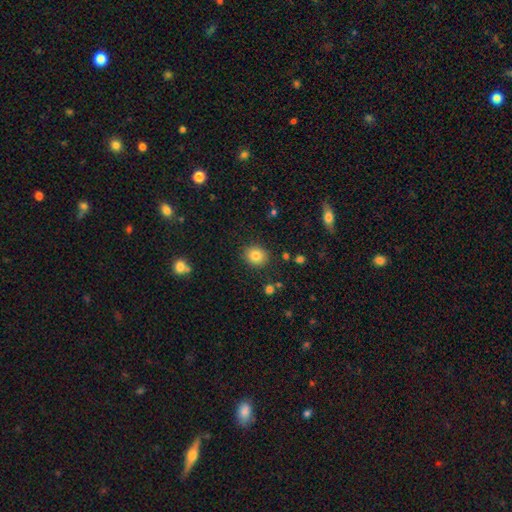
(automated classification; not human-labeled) smooth 82%, star or artifact 11%, featured or disk 7%. Down the decision tree: how rounded — round (75%); merging — none (88%).